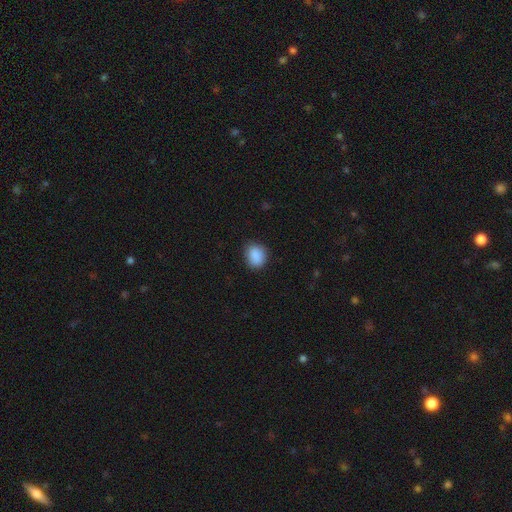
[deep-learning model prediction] Overall: smooth (88%). How rounded: round (52%; in between 47%). Merging: none (82%).